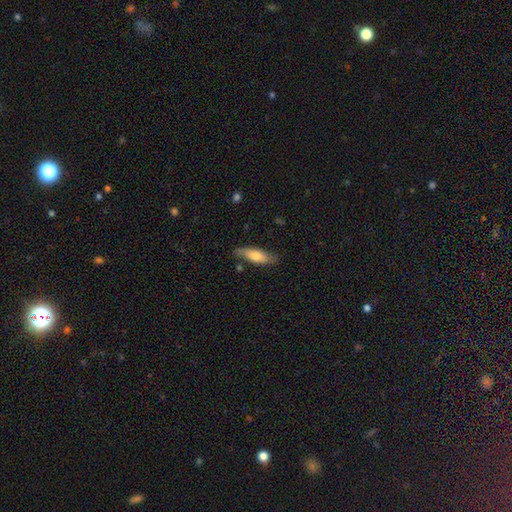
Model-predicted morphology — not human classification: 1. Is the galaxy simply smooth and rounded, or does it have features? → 66% smooth, 28% featured or disk, 6% star or artifact.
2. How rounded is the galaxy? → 55% in between, 43% cigar-shaped, 2% round.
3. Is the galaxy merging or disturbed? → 75% none, 19% minor disturbance, 4% major disturbance, 3% merger.